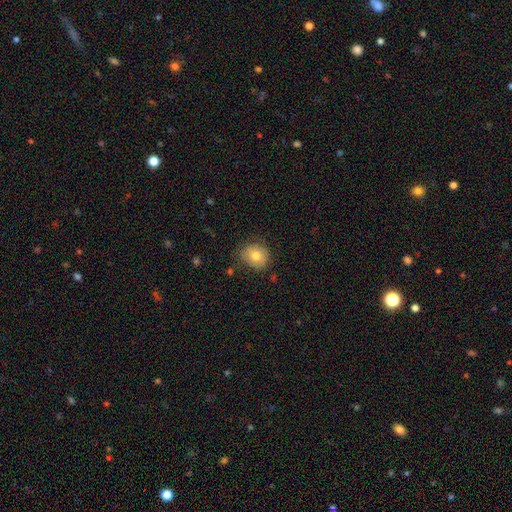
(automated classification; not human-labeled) This is likely a smooth galaxy (75%). How rounded: likely round (68%). Merging: likely none (74%).